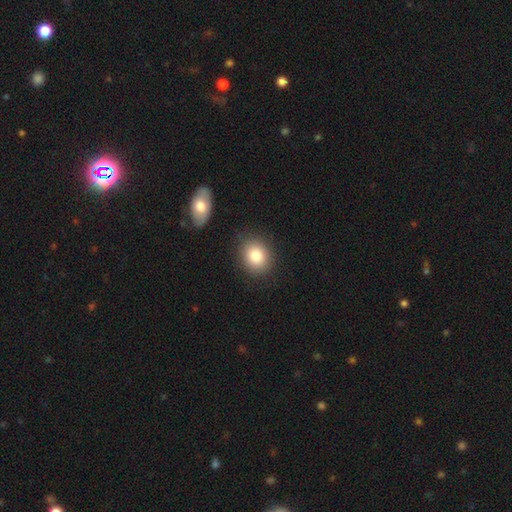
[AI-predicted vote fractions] Smooth or featured?
  - smooth: 82% *
  - star or artifact: 9%
  - featured or disk: 9%
How rounded?
  - round: 68% *
  - in between: 31%
  - cigar-shaped: 1%
Merging?
  - none: 86% *
  - minor disturbance: 9%
  - merger: 3%
  - major disturbance: 3%